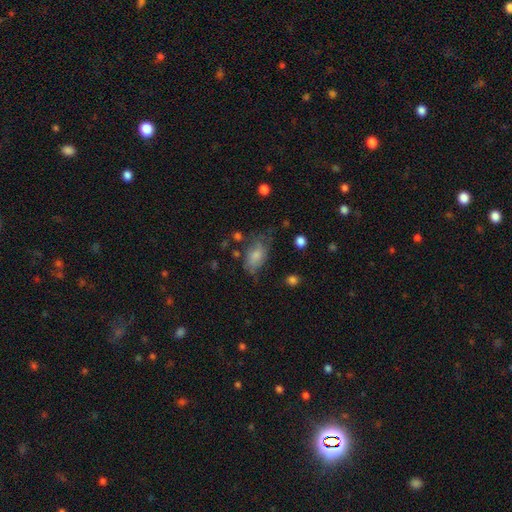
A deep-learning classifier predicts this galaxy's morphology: Smooth or featured? Predicted: smooth (p=0.71). How rounded? Predicted: in between (p=0.89). Merging? Predicted: none (p=0.44).